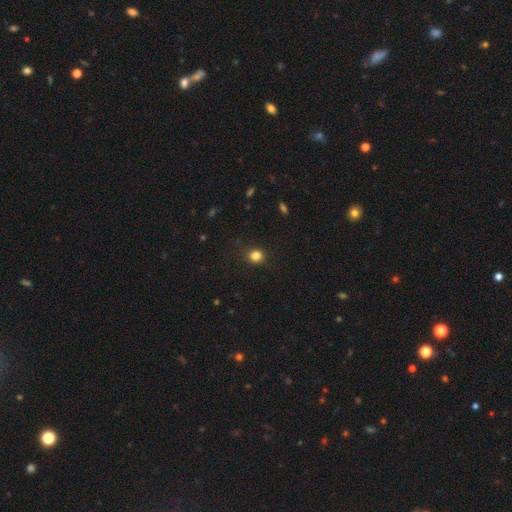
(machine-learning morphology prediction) A smooth galaxy with no disk features (84%) that is round (80%).

Vote fractions:
- Smooth or featured? smooth: 84% / star or artifact: 12% / featured or disk: 4%
- How rounded? round: 80% / in between: 19% / cigar-shaped: 1%
- Merging? none: 84% / minor disturbance: 11% / major disturbance: 4% / merger: 1%